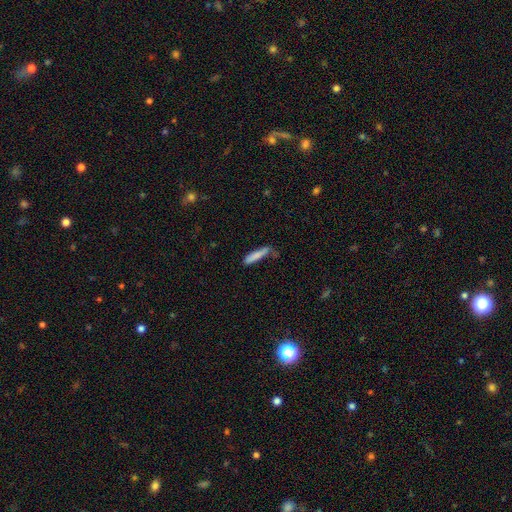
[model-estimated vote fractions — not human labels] smooth 81%, featured or disk 12%, star or artifact 7%. Down the decision tree: how rounded — cigar-shaped (86%); merging — none (61%).